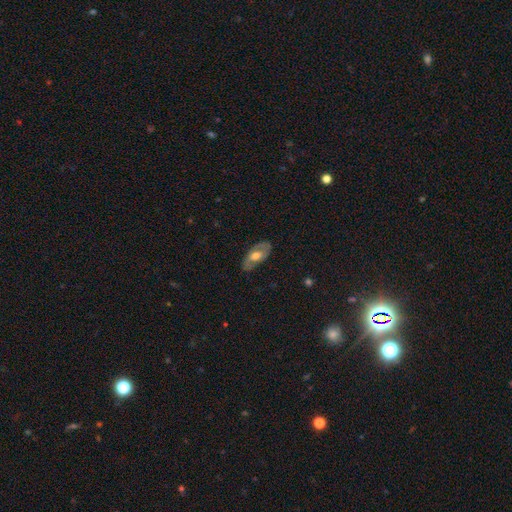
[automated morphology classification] Smooth or featured? featured or disk (52%)
Edge-on disk? no (83%)
Merging? none (74%)